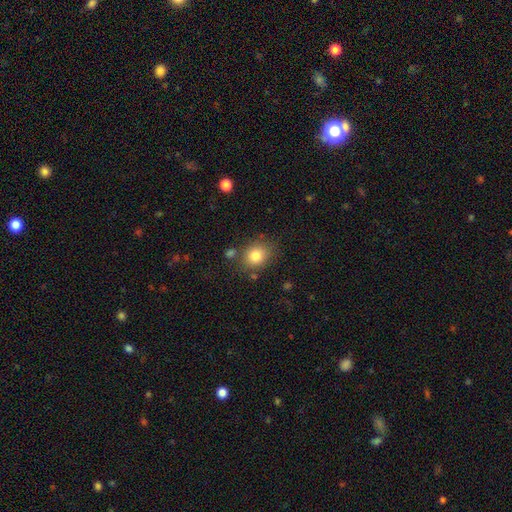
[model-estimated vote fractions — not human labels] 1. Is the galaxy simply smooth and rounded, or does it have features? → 81% smooth, 11% star or artifact, 8% featured or disk.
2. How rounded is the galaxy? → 69% round, 30% in between, 1% cigar-shaped.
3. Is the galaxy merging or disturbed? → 77% none, 13% minor disturbance, 6% merger, 4% major disturbance.